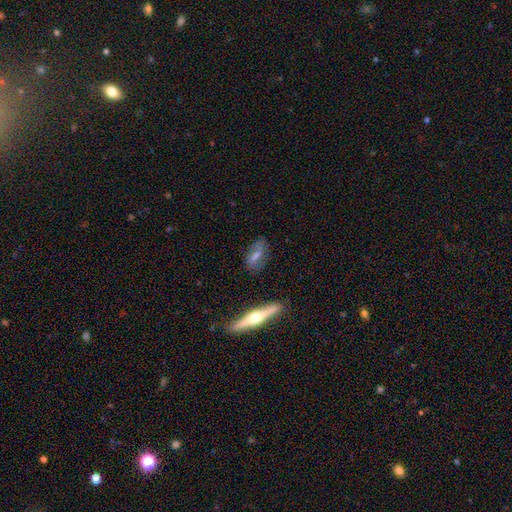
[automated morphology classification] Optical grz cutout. It shows a featured or disk galaxy (59%). Merging: none (78%).